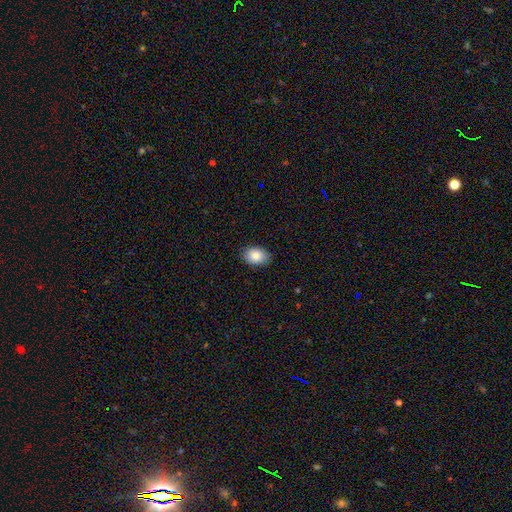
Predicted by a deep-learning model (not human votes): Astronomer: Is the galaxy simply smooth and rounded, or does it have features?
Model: smooth — 85%.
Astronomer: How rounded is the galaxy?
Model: in between — 82%.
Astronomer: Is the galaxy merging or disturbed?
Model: none — 87%.